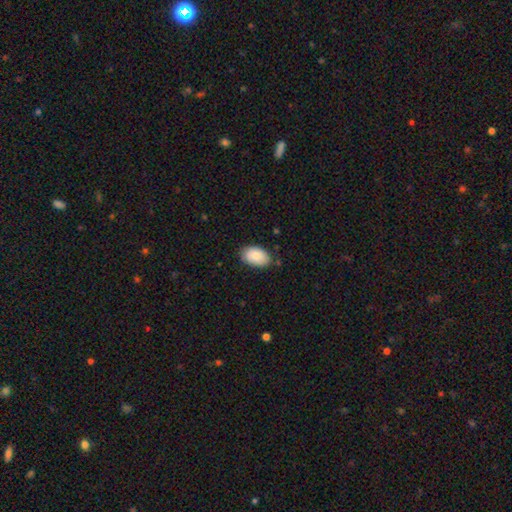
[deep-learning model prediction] A smooth galaxy with no disk features (85%) that is in between round and cigar-shaped (92%). Merging: none (79%).